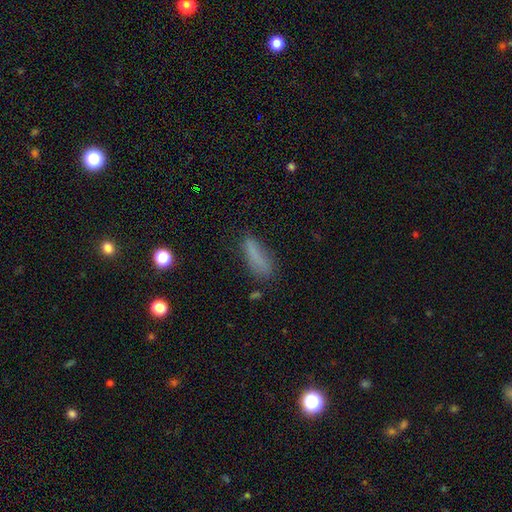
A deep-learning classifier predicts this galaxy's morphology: smooth_or_featured: smooth (p=0.76) [alt: featured or disk p=0.13]
how_rounded: cigar-shaped (p=0.65) [alt: in between p=0.33]
merging: none (p=0.71) [alt: minor disturbance p=0.19]